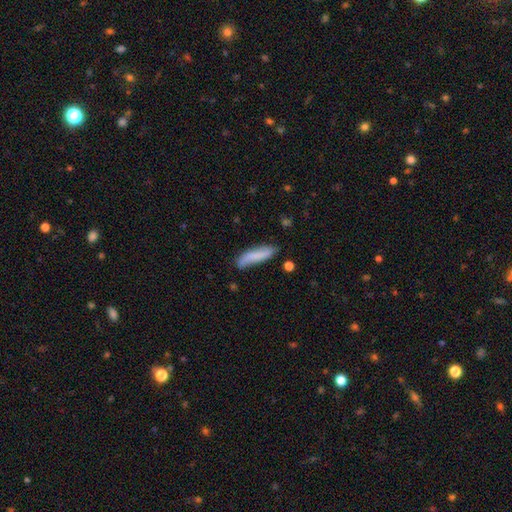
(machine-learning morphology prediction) A smooth galaxy with no disk features (72%) that is cigar-shaped (68%).

Vote fractions:
- Smooth or featured? smooth: 72% / featured or disk: 22% / star or artifact: 6%
- How rounded? cigar-shaped: 68% / in between: 30% / round: 2%
- Merging? none: 67% / minor disturbance: 24% / major disturbance: 6% / merger: 3%